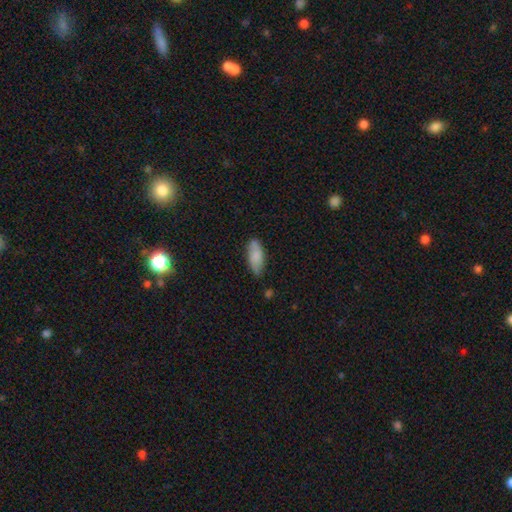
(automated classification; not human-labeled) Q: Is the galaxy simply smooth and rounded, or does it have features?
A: smooth — 81%.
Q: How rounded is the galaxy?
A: in between — 81%.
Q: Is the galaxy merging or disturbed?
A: none — 74%.